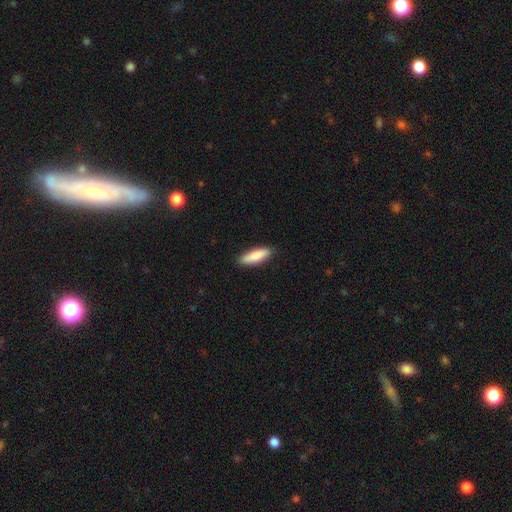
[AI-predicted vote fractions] Smooth or featured?
  - smooth: 86% *
  - featured or disk: 9%
  - star or artifact: 5%
How rounded?
  - cigar-shaped: 57% *
  - in between: 42%
  - round: 2%
Merging?
  - none: 86% *
  - minor disturbance: 11%
  - major disturbance: 2%
  - merger: 1%